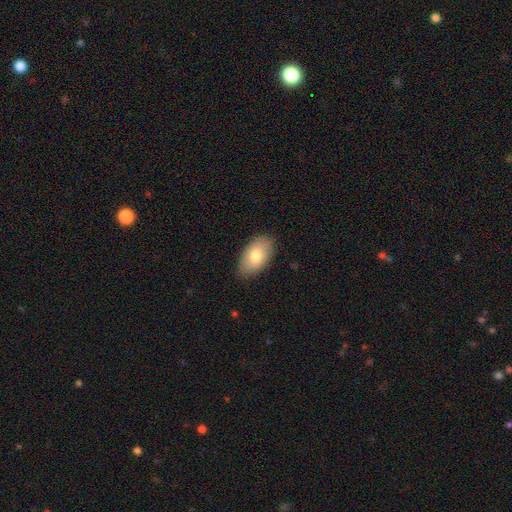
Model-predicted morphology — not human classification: A smooth galaxy with no disk features (78%) that is in between round and cigar-shaped (94%). Merging: none (84%).